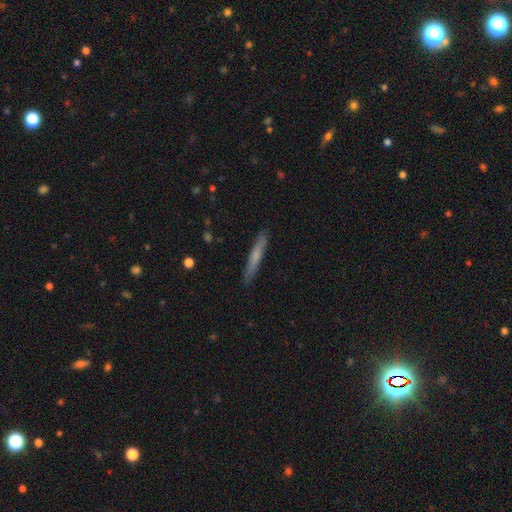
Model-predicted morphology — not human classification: type=smooth (62%); roundness=cigar-shaped (95%); merging=none (89%).